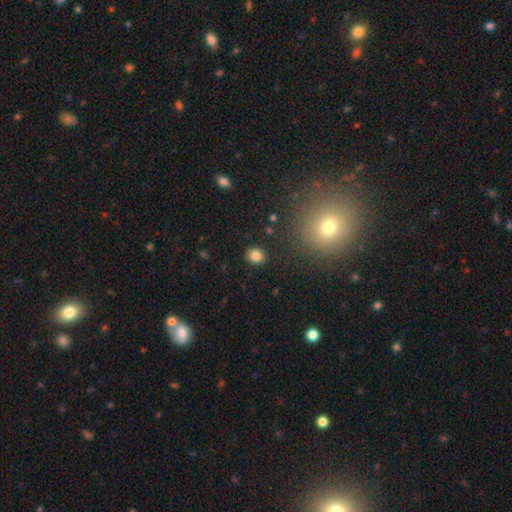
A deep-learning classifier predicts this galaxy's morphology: This is clearly a smooth galaxy (83%). How rounded: likely round (74%). Merging: clearly none (89%).